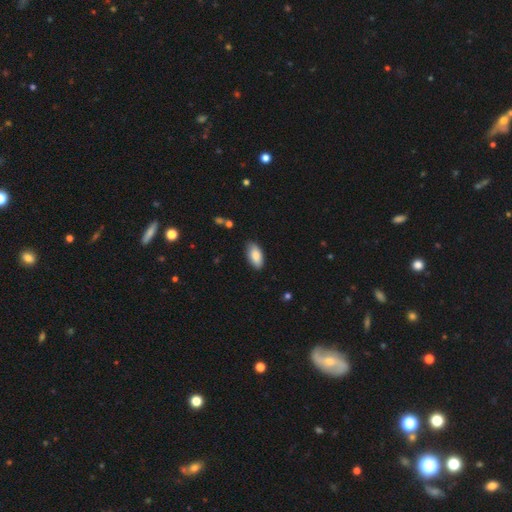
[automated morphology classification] smooth_or_featured: smooth (p=0.85) [alt: featured or disk p=0.09]
how_rounded: in between (p=0.93) [alt: cigar-shaped p=0.05]
merging: none (p=0.86) [alt: minor disturbance p=0.11]